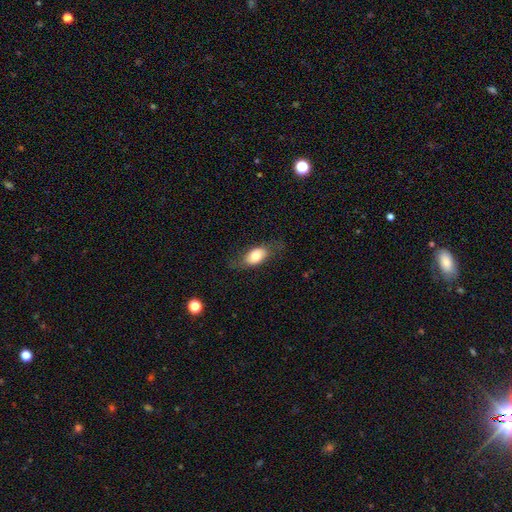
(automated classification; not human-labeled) Overall: smooth (69%). How rounded: in between (86%). Merging: none (69%).